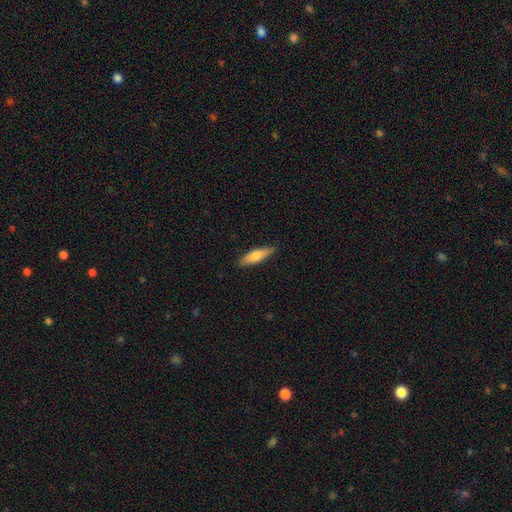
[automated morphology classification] Smooth or featured: smooth — 72% (featured or disk — 23%)
How rounded: cigar-shaped — 64% (in between — 34%)
Merging: none — 86% (minor disturbance — 11%)